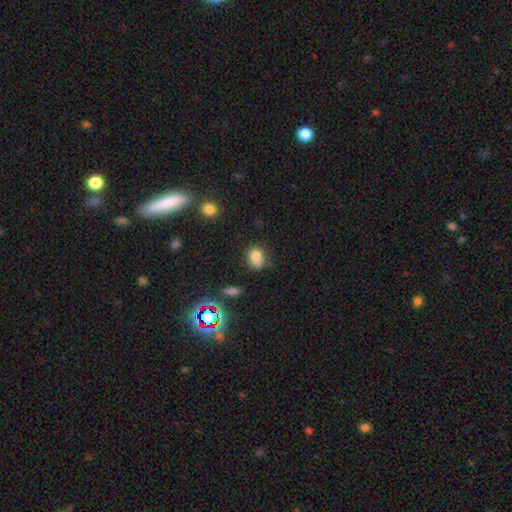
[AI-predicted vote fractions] Overall: smooth (78%). How rounded: in between (56%; round 42%). Merging: none (62%; minor disturbance 26%).